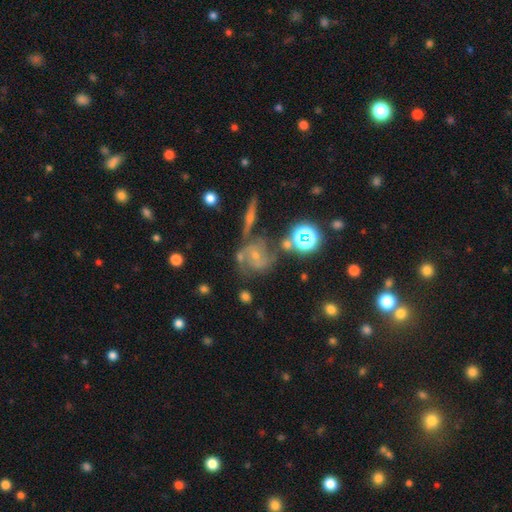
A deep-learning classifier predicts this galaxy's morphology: smooth_or_featured: featured or disk (p=0.68) [alt: star or artifact p=0.16]
disk_edge_on: no (p=0.94) [alt: yes p=0.06]
bar: no (p=0.51) [alt: weak p=0.35]
has_spiral_arms: yes (p=0.91) [alt: no p=0.09]
spiral_winding: medium (p=0.49) [alt: tight p=0.35]
spiral_arm_count: 2 (p=0.56) [alt: can't tell p=0.17]
bulge_size: small (p=0.64) [alt: moderate p=0.29]
merging: none (p=0.51) [alt: minor disturbance p=0.18]